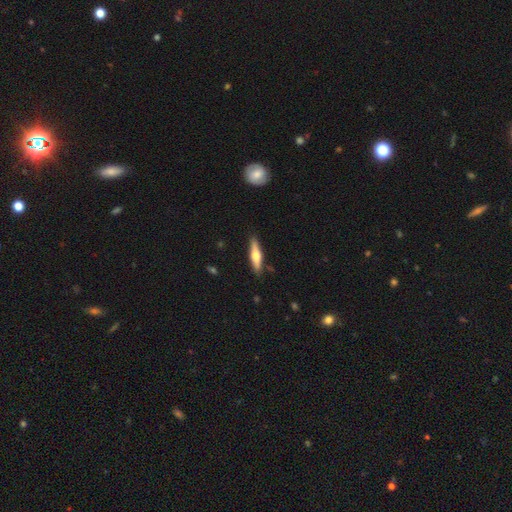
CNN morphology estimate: smooth-or-featured: featured or disk: 53% | smooth: 42% | star or artifact: 5%
  disk-edge-on: yes: 94% | no: 6%
  merging: none: 88% | minor disturbance: 9% | major disturbance: 2% | merger: 1%